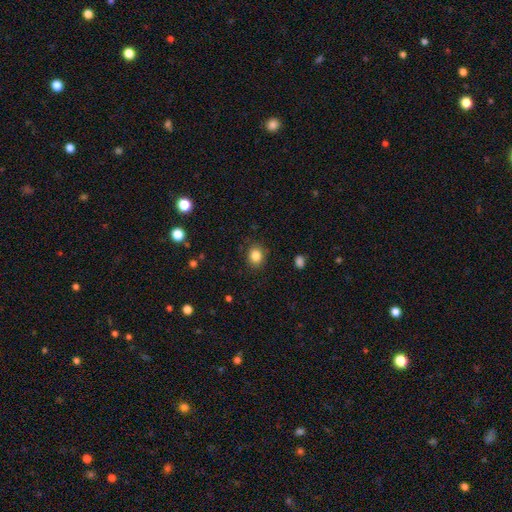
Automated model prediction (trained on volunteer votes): Smooth or featured: smooth — 85% (star or artifact — 10%)
How rounded: round — 67% (in between — 32%)
Merging: none — 87% (minor disturbance — 10%)